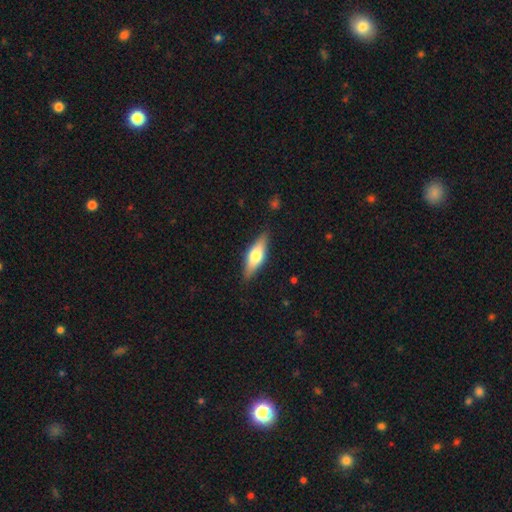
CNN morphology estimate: smooth_or_featured: smooth (p=0.53) [alt: featured or disk p=0.41]
how_rounded: in between (p=0.60) [alt: cigar-shaped p=0.37]
merging: none (p=0.85) [alt: minor disturbance p=0.12]